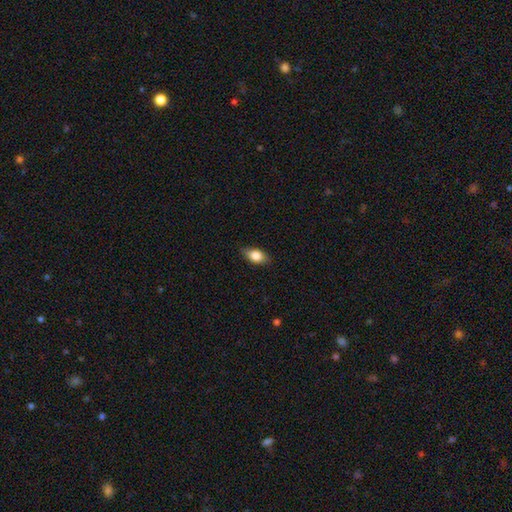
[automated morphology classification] Smooth or featured? smooth (81%)
How rounded? in between (85%)
Merging? none (82%)